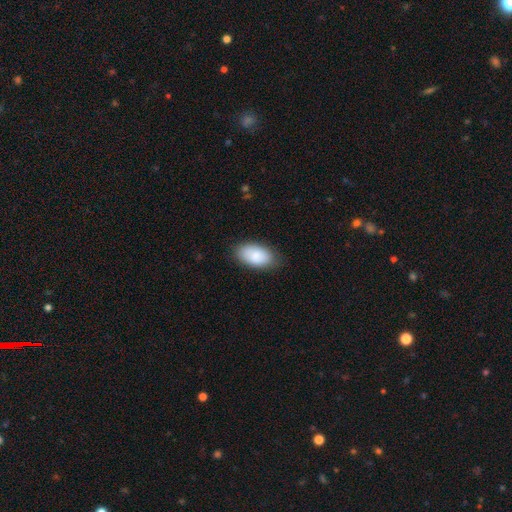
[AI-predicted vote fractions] Smooth or featured? Predicted: smooth (p=0.85). How rounded? Predicted: in between (p=0.95). Merging? Predicted: none (p=0.81).